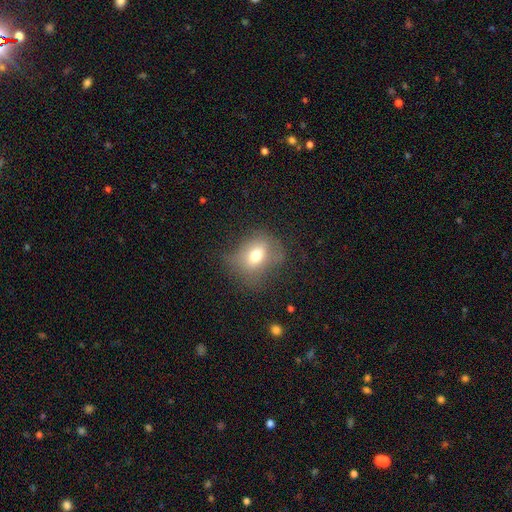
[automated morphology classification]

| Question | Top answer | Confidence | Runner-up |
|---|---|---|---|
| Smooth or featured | smooth | 66% | featured or disk (22%) |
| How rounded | in between | 52% | round (46%) |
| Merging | none | 56% | minor disturbance (27%) |